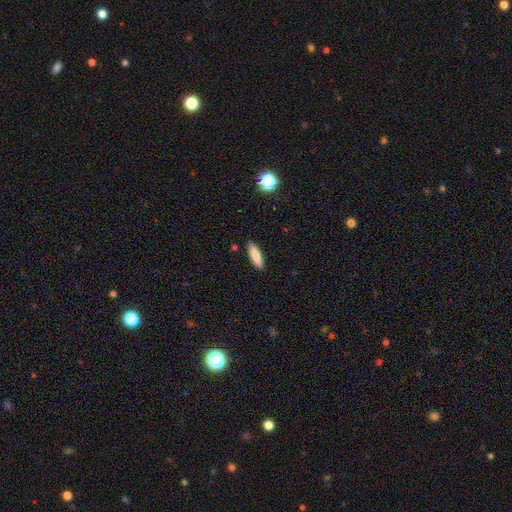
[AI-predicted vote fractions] This is clearly a smooth galaxy (83%). How rounded: possibly cigar-shaped (55%). Merging: clearly none (88%).